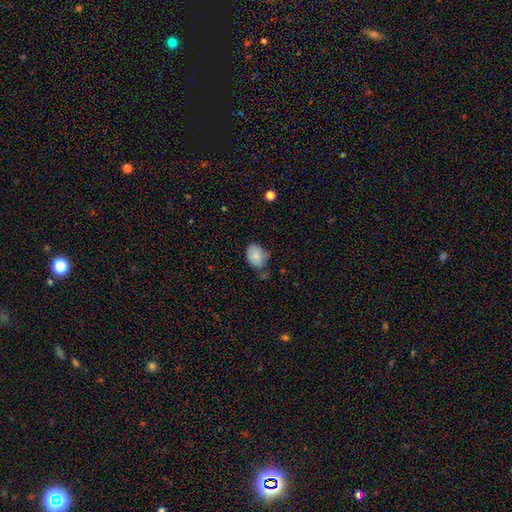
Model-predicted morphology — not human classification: A smooth galaxy with no disk features (82%) that is in between round and cigar-shaped (76%). Merging: none (47%).